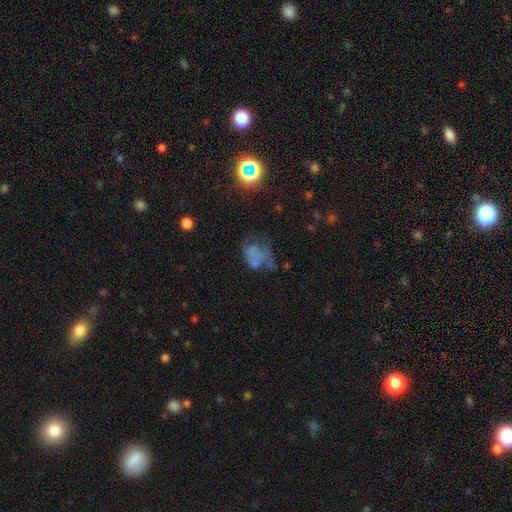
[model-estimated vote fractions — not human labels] A featured or disk galaxy (41%). Merging: major disturbance (35%).